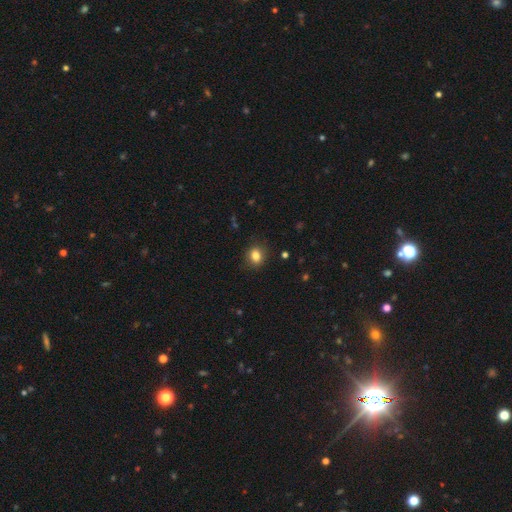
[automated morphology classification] This is clearly a smooth galaxy (83%). How rounded: possibly round (56%). Merging: clearly none (85%).